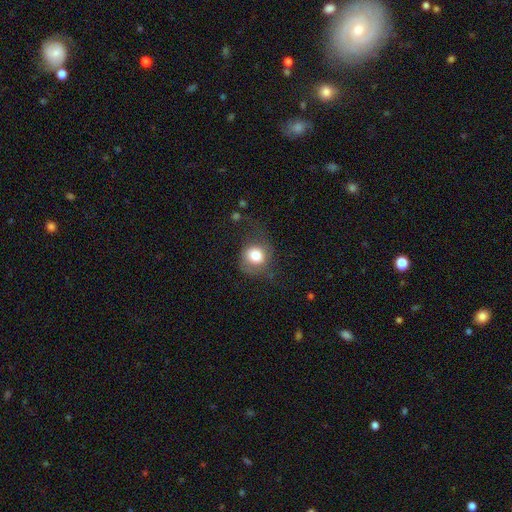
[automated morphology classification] Q: Smooth or featured?
A: smooth (77%); runner-up: featured or disk (14%)
Q: How rounded?
A: round (77%); runner-up: in between (23%)
Q: Merging?
A: none (49%); runner-up: minor disturbance (26%)